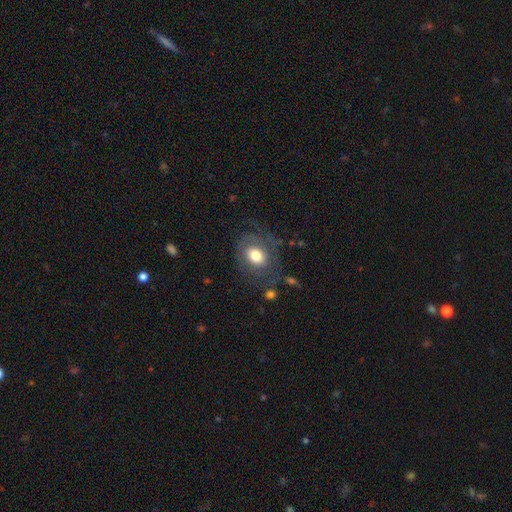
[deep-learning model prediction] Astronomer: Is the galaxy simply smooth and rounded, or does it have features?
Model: smooth — 64%.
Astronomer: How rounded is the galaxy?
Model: in between — 55% (runner-up: round, 44%).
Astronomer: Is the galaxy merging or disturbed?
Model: none — 63%.